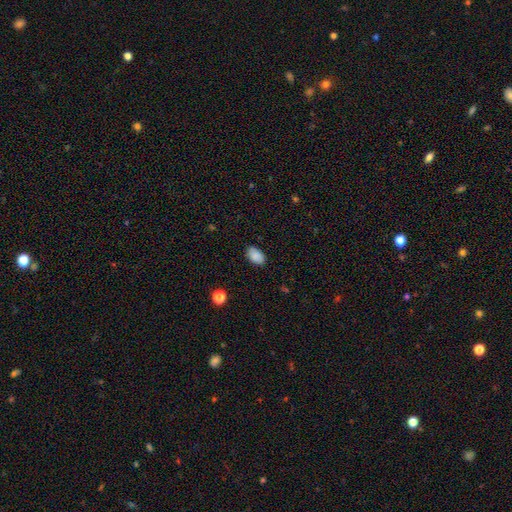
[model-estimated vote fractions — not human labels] Morphology: type=smooth (88%); roundness=in between (92%); merging=none (84%).